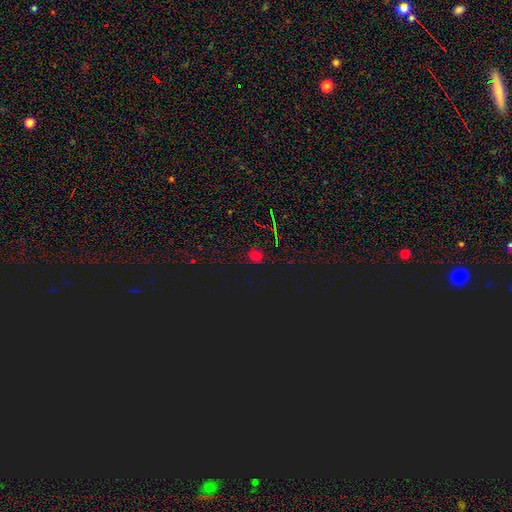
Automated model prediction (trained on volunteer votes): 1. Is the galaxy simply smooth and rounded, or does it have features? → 55% smooth, 40% star or artifact, 5% featured or disk.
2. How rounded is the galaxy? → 86% round, 12% in between, 2% cigar-shaped.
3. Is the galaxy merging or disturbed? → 86% none, 10% minor disturbance, 3% major disturbance, 2% merger.